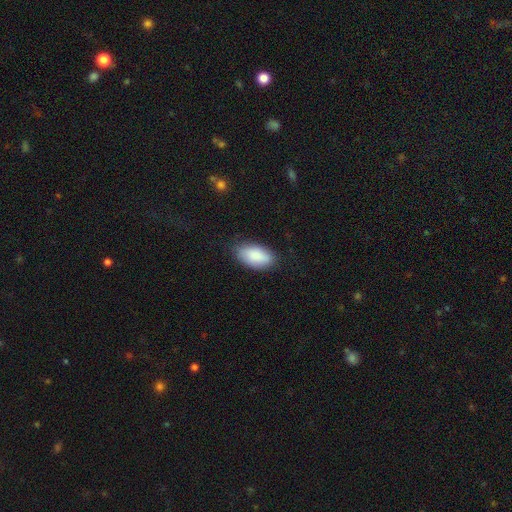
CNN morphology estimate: A smooth galaxy with no disk features (88%) that is in between round and cigar-shaped (94%).

Vote fractions:
- Smooth or featured? smooth: 88% / featured or disk: 6% / star or artifact: 6%
- How rounded? in between: 94% / cigar-shaped: 4% / round: 3%
- Merging? none: 82% / minor disturbance: 14% / major disturbance: 3% / merger: 1%